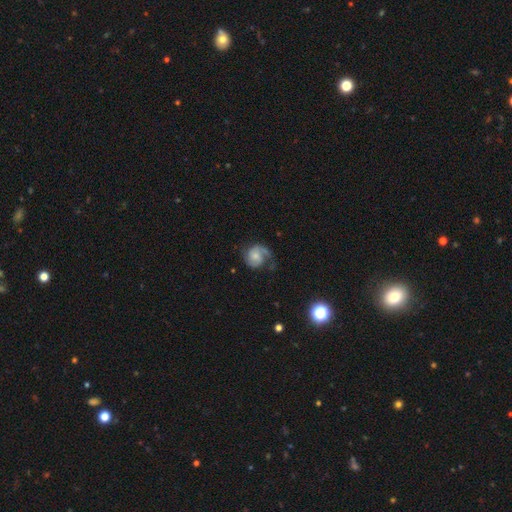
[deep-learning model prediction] Morphology: type=featured or disk (72%); edge-on=no (98%); bar=no (68%); spiral arms=yes (94%); winding=medium (42%); arm count=2 (49%); bulge=small (42%); merging=none (51%).